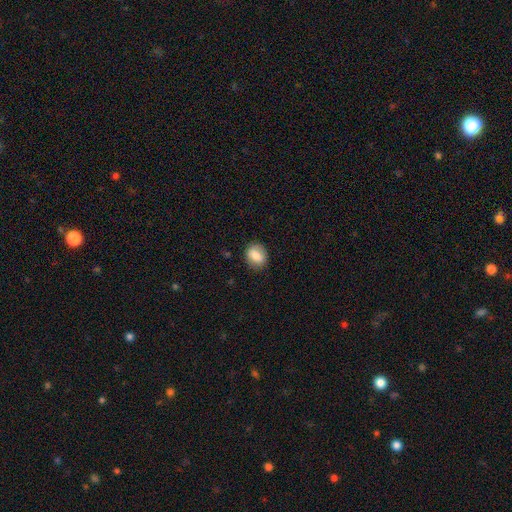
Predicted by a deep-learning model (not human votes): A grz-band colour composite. It shows a smooth galaxy with no disk features (80%) that is in between round and cigar-shaped (52%). Merging: none (84%).